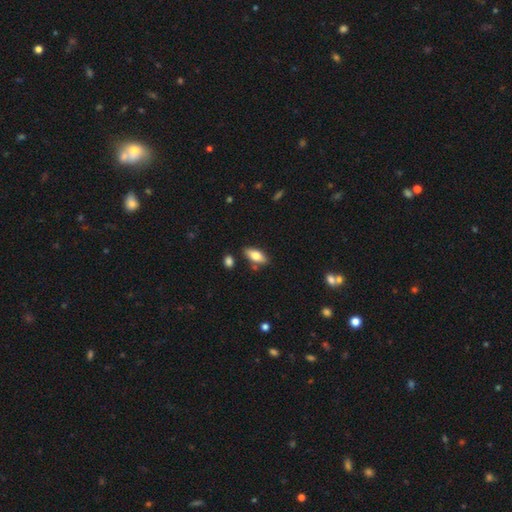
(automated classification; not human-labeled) A smooth galaxy with no disk features (73%) that is in between round and cigar-shaped (81%). Merging: none (81%).